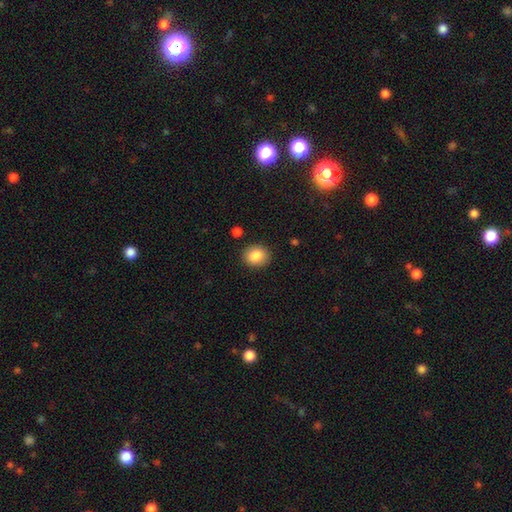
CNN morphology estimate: This is clearly a smooth galaxy (86%). How rounded: likely round (66%). Merging: clearly none (88%).